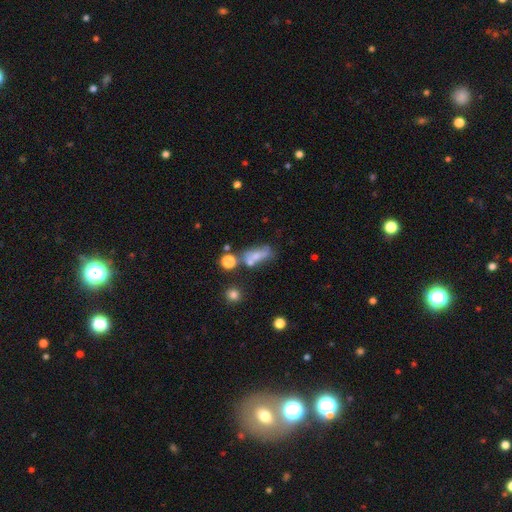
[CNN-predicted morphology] This is possibly a smooth galaxy (52%). How rounded: likely in between (74%). Merging: marginally none (35%).